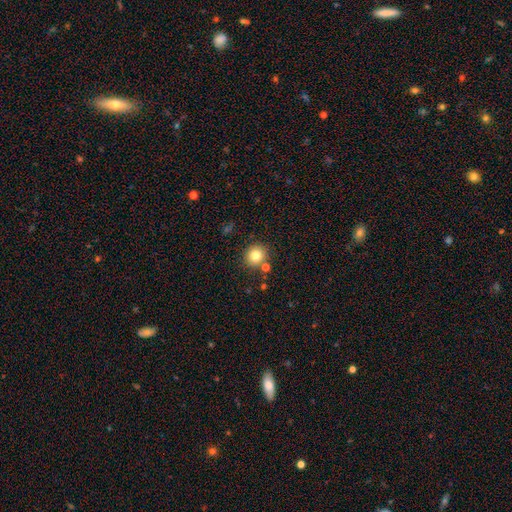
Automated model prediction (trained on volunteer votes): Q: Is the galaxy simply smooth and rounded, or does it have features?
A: smooth — 81%.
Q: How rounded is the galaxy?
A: round — 90%.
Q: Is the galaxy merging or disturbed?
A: none — 82%.